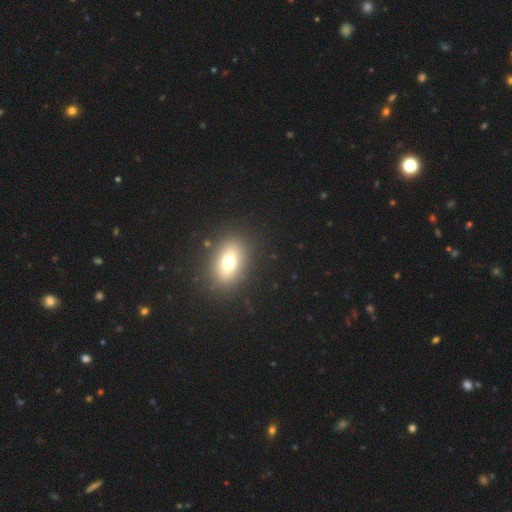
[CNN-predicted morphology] A smooth galaxy with no disk features (65%) that is in between round and cigar-shaped (75%).

Vote fractions:
- Smooth or featured? smooth: 65% / star or artifact: 22% / featured or disk: 13%
- How rounded? in between: 75% / round: 21% / cigar-shaped: 4%
- Merging? none: 90% / minor disturbance: 6% / major disturbance: 2% / merger: 1%